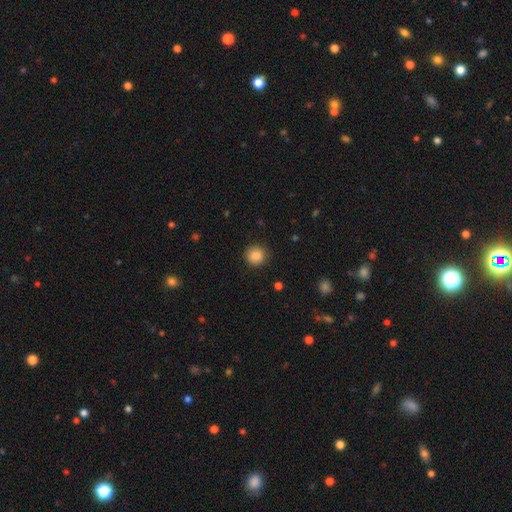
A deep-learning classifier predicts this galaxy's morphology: This is clearly a smooth galaxy (87%). How rounded: clearly round (91%). Merging: clearly none (88%).